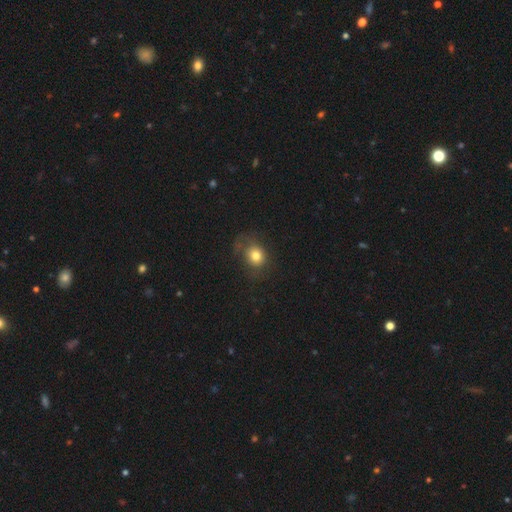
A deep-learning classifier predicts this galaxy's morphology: A smooth galaxy with no disk features (75%) that is round (66%).

Vote fractions:
- Smooth or featured? smooth: 75% / featured or disk: 14% / star or artifact: 11%
- How rounded? round: 66% / in between: 33% / cigar-shaped: 1%
- Merging? none: 57% / minor disturbance: 22% / major disturbance: 19% / merger: 2%